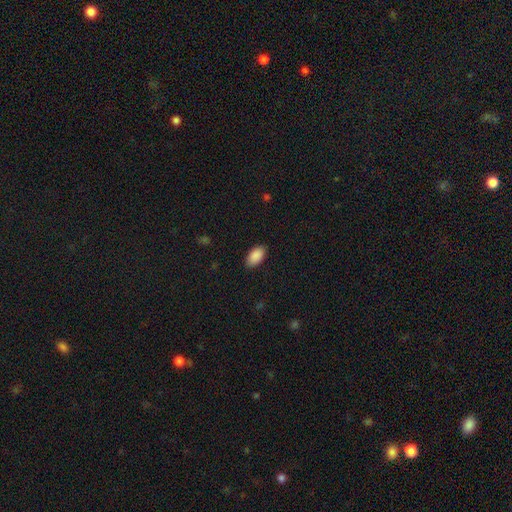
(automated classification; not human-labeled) Smooth or featured? smooth (90%)
How rounded? in between (95%)
Merging? none (87%)